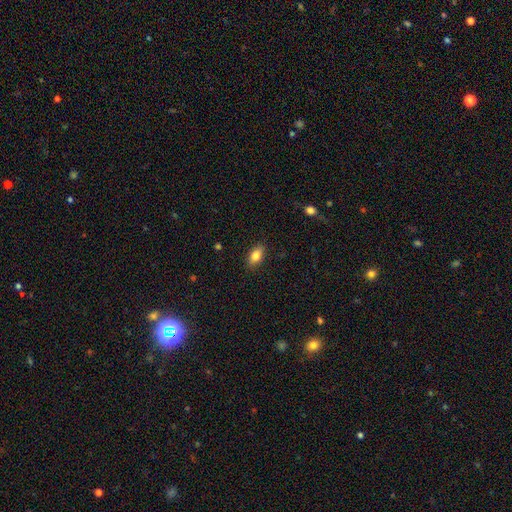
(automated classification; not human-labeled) Q: Smooth or featured?
A: smooth (81%); runner-up: featured or disk (11%)
Q: How rounded?
A: in between (87%); runner-up: cigar-shaped (7%)
Q: Merging?
A: none (88%); runner-up: minor disturbance (9%)